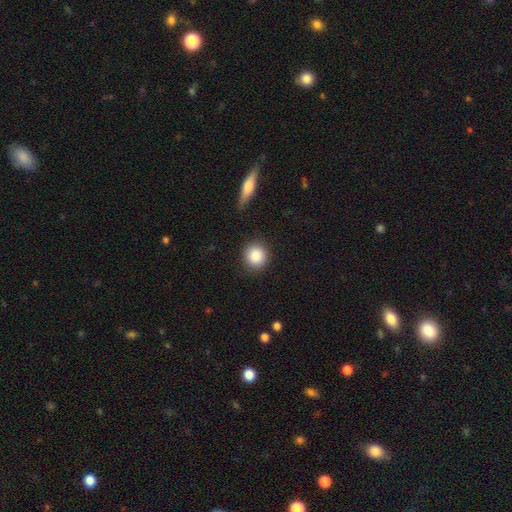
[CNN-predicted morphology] This is clearly a smooth galaxy (88%). How rounded: clearly round (86%). Merging: clearly none (88%).